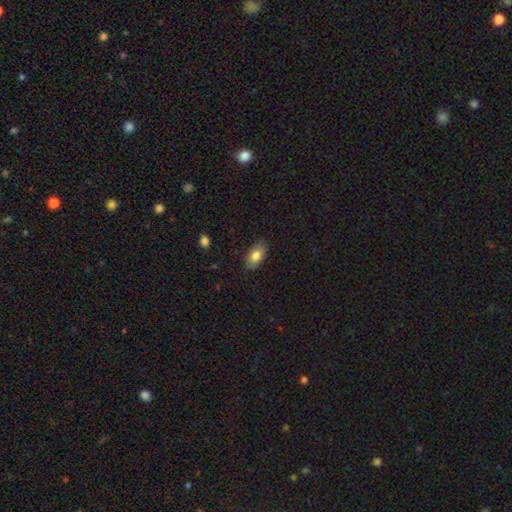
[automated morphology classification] A smooth galaxy with no disk features (82%) that is in between round and cigar-shaped (91%).

Vote fractions:
- Smooth or featured? smooth: 82% / featured or disk: 12% / star or artifact: 7%
- How rounded? in between: 91% / round: 5% / cigar-shaped: 4%
- Merging? none: 83% / minor disturbance: 13% / major disturbance: 3% / merger: 1%